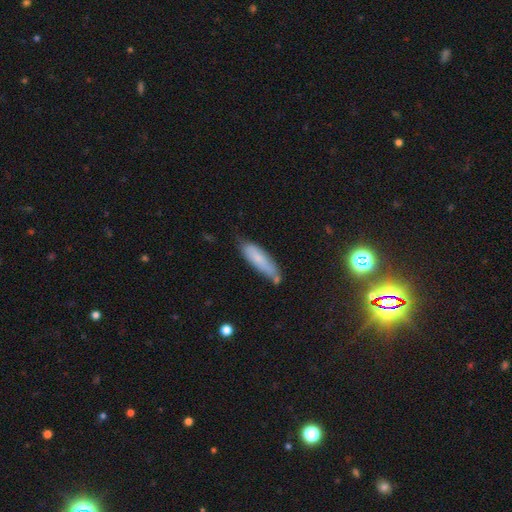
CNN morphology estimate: Q: Smooth or featured?
A: smooth (73%); runner-up: featured or disk (18%)
Q: How rounded?
A: cigar-shaped (66%); runner-up: in between (32%)
Q: Merging?
A: none (64%); runner-up: minor disturbance (25%)